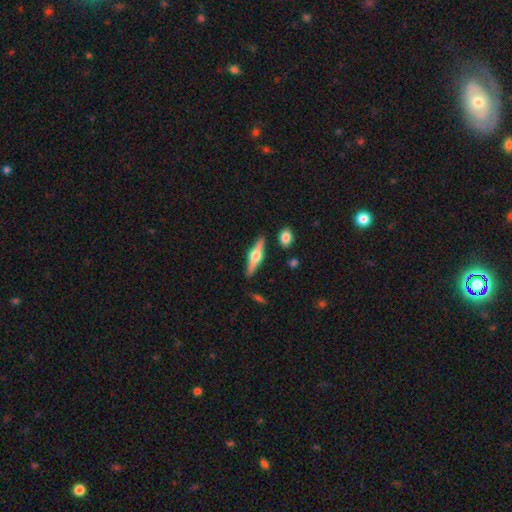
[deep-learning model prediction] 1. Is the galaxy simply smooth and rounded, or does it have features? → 70% featured or disk, 24% smooth, 6% star or artifact.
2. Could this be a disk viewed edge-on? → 97% yes, 3% no.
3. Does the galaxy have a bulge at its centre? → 95% rounded, 4% boxy, 1% none.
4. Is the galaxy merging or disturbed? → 87% none, 8% minor disturbance, 3% merger, 2% major disturbance.